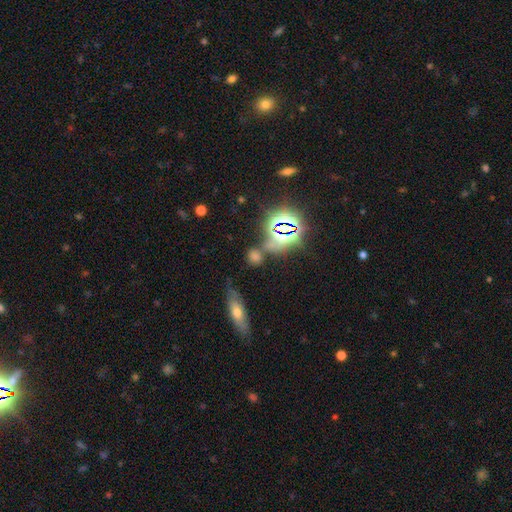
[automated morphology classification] star or artifact 59%, smooth 30%, featured or disk 11%.